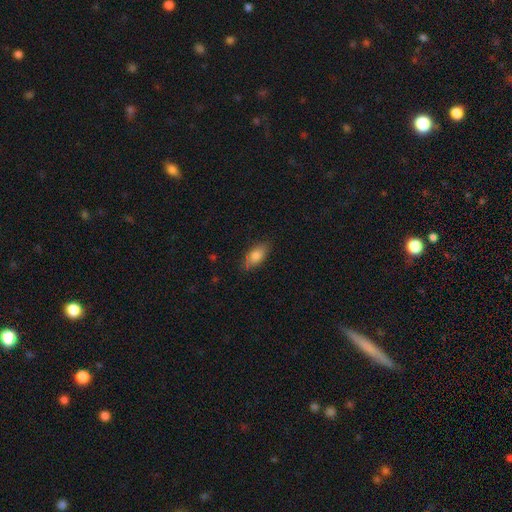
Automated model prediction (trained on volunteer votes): Smooth or featured? Predicted: smooth (p=0.81). How rounded? Predicted: in between (p=0.88). Merging? Predicted: none (p=0.79).